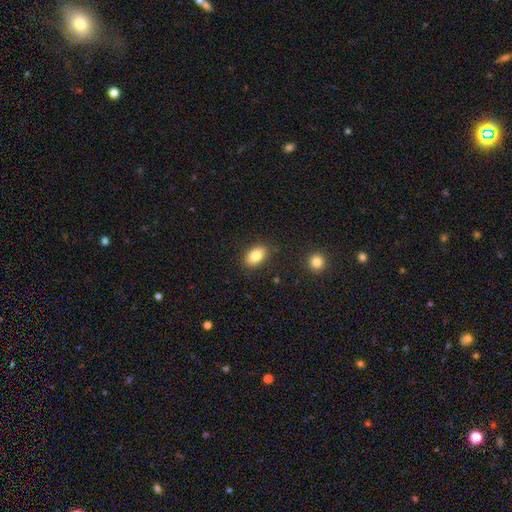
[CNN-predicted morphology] The model was most divided on "smooth or featured": smooth: 84%, featured or disk: 8%, star or artifact: 8%. More confident: how rounded — in between (88%); merging — none (86%).